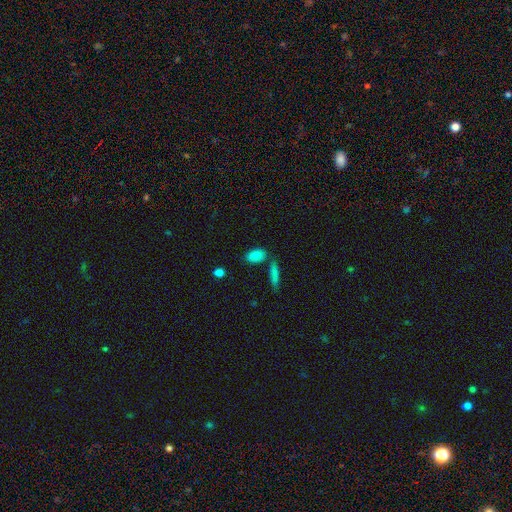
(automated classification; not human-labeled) Smooth or featured? Predicted: smooth (p=0.87). How rounded? Predicted: in between (p=0.86). Merging? Predicted: none (p=0.71).